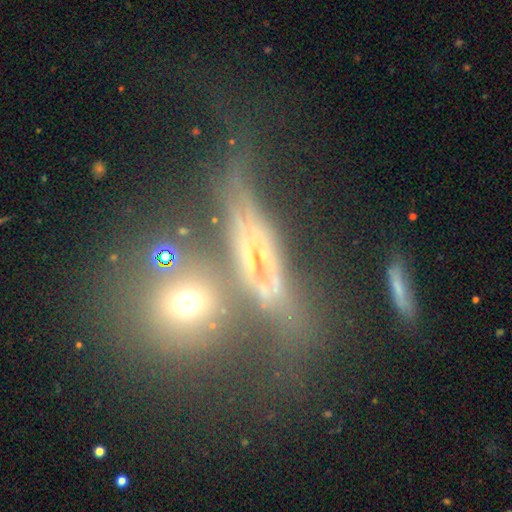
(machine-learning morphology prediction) This appears to be a featured or disk galaxy (58%) viewed edge-on (61%). Merging: none (37%).